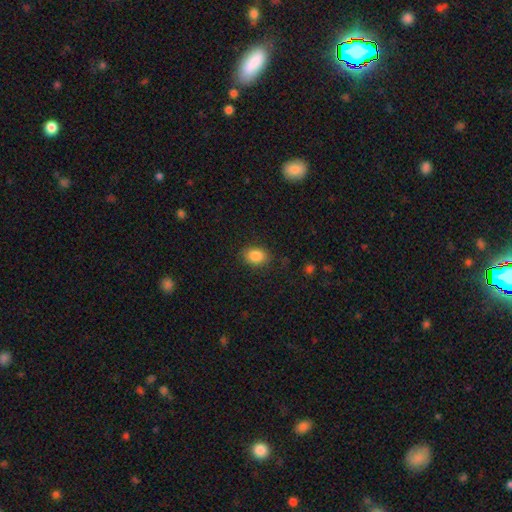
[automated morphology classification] smooth 86%, star or artifact 9%, featured or disk 5%. Down the decision tree: how rounded — in between (68%); merging — none (84%).